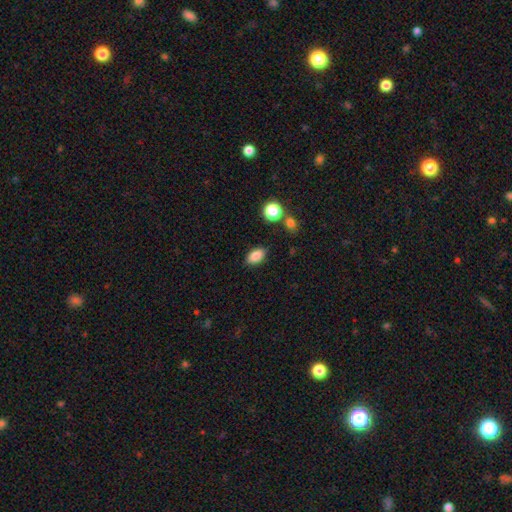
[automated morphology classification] type=smooth (86%); roundness=in between (89%); merging=none (84%).